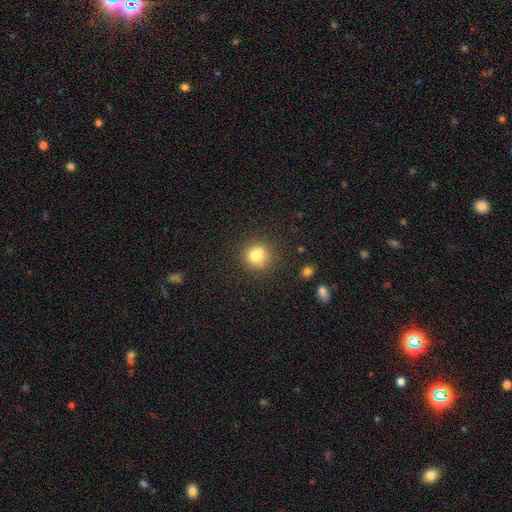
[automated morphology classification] smooth_or_featured: smooth (p=0.72) [alt: featured or disk p=0.16]
how_rounded: round (p=0.88) [alt: in between p=0.11]
merging: none (p=0.58) [alt: merger p=0.27]